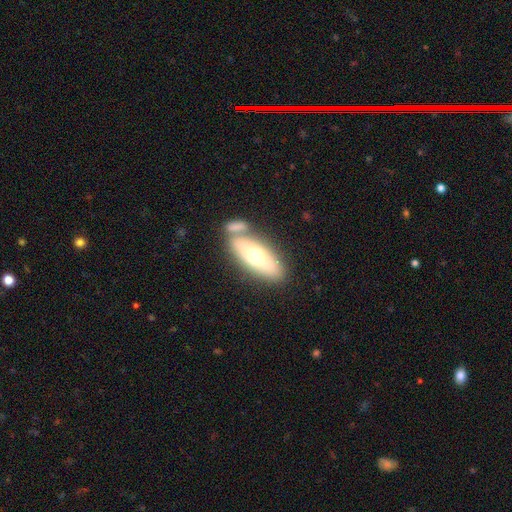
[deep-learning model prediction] smooth_or_featured: smooth (p=0.57) [alt: featured or disk p=0.37]
how_rounded: in between (p=0.69) [alt: cigar-shaped p=0.28]
merging: none (p=0.56) [alt: merger p=0.27]